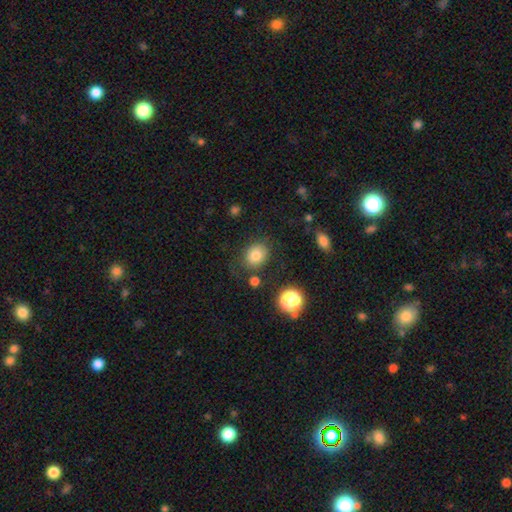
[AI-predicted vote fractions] smooth 80%, star or artifact 12%, featured or disk 8%. Down the decision tree: how rounded — round (52%); merging — none (76%).